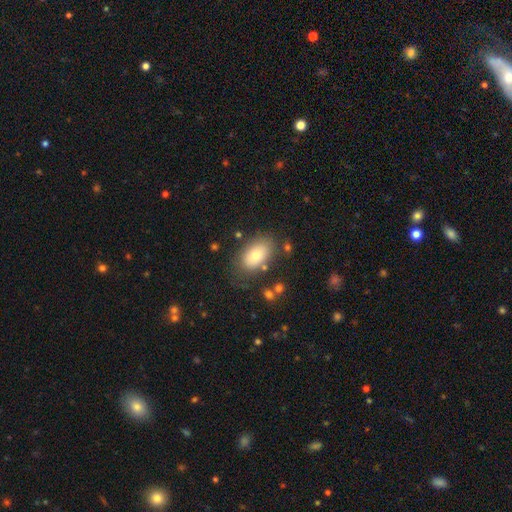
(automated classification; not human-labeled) smooth-or-featured: smooth: 75% | featured or disk: 17% | star or artifact: 8%
  how-rounded: in between: 90% | round: 8% | cigar-shaped: 2%
  merging: none: 74% | minor disturbance: 16% | major disturbance: 6% | merger: 4%